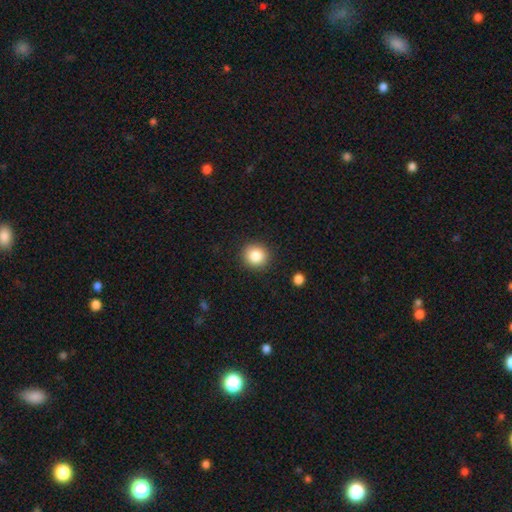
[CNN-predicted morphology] This appears to be a smooth galaxy with no disk features (84%) that is round (91%). Merging: none (91%).